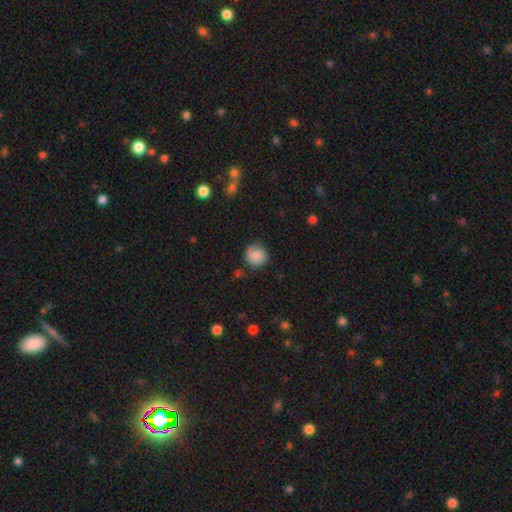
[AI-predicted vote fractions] A smooth galaxy with no disk features (74%) that is round (87%). Merging: none (71%).